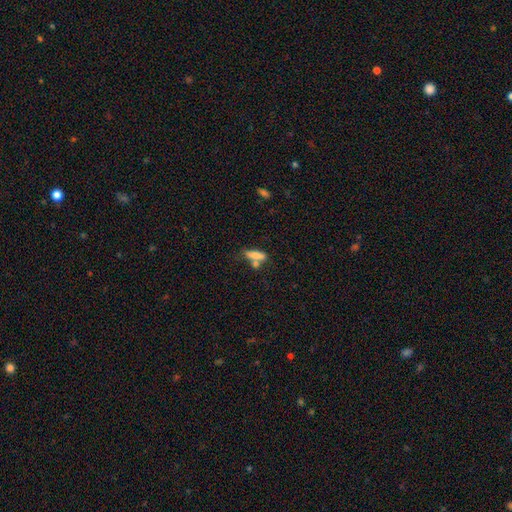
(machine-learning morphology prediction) This is likely a smooth galaxy (74%). How rounded: possibly cigar-shaped (54%). Merging: marginally none (44%).